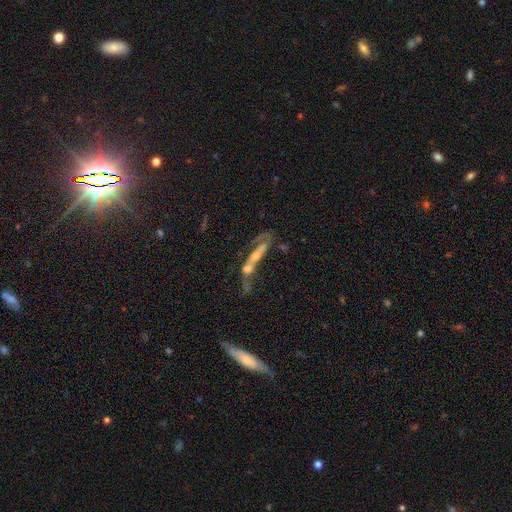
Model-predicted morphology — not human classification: Q: Smooth or featured?
A: featured or disk (61%); runner-up: smooth (26%)
Q: Edge-on disk?
A: no (61%); runner-up: yes (39%)
Q: Merging?
A: merger (54%); runner-up: none (19%)